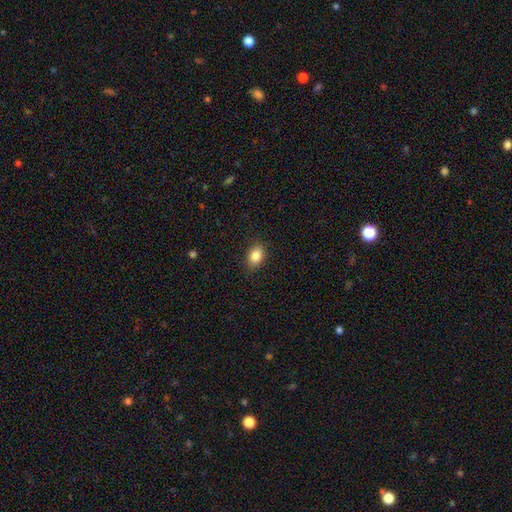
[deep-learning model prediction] smooth-or-featured: smooth: 85% | star or artifact: 9% | featured or disk: 6%
  how-rounded: in between: 80% | round: 19% | cigar-shaped: 1%
  merging: none: 88% | minor disturbance: 9% | major disturbance: 2% | merger: 1%